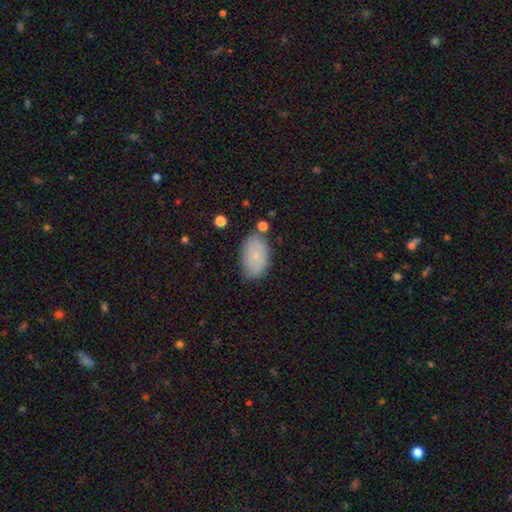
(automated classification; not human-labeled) The model was most divided on "merging": none: 73%, minor disturbance: 19%, major disturbance: 4%, merger: 4%. More confident: how rounded — in between (92%); smooth or featured — smooth (75%).